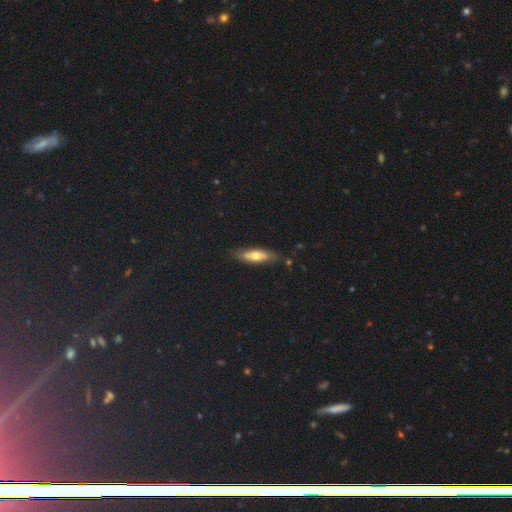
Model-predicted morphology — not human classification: type=smooth (56%); roundness=in between (54%); merging=none (79%).